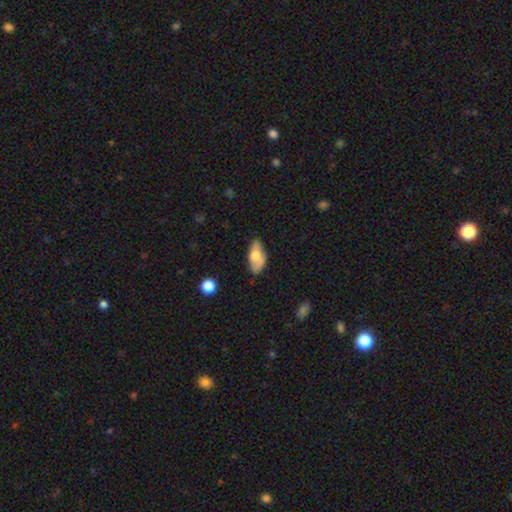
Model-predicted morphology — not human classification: Smooth or featured: smooth — 61% (featured or disk — 32%)
How rounded: in between — 89% (cigar-shaped — 7%)
Merging: none — 59% (minor disturbance — 29%)